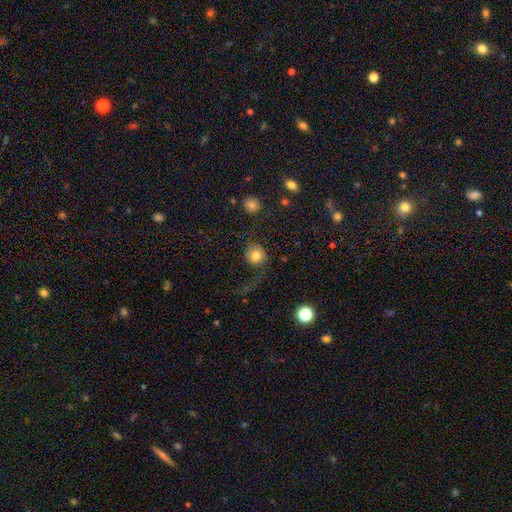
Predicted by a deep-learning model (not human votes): smooth-or-featured: smooth: 76% | featured or disk: 15% | star or artifact: 10%
  how-rounded: round: 86% | in between: 13% | cigar-shaped: 1%
  merging: none: 54% | major disturbance: 28% | minor disturbance: 15% | merger: 4%